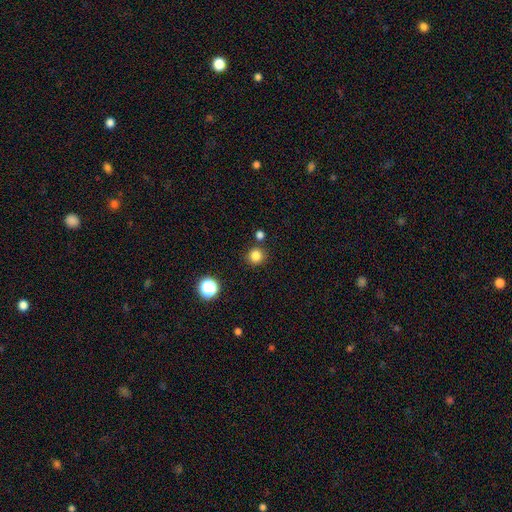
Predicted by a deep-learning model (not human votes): Overall: smooth (82%). How rounded: round (93%). Merging: none (84%).